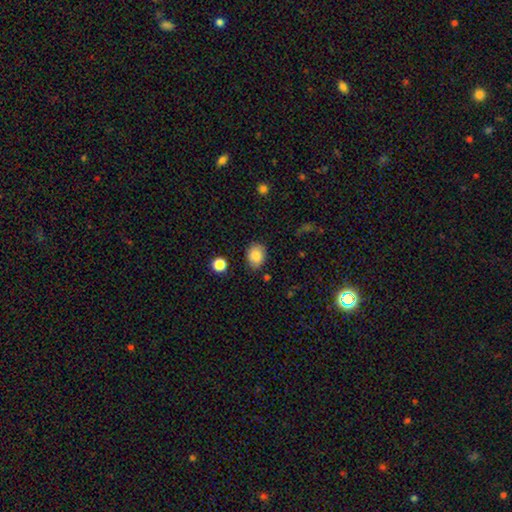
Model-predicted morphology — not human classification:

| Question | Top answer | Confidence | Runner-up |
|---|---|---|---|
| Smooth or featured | smooth | 86% | star or artifact (8%) |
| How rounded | in between | 60% | round (39%) |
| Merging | none | 80% | minor disturbance (14%) |